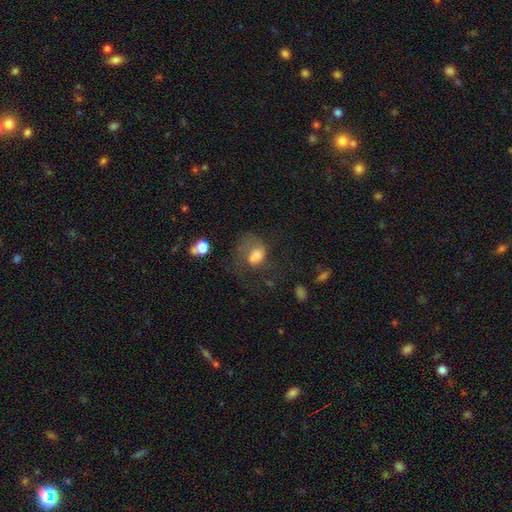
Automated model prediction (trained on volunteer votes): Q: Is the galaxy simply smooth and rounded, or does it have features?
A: smooth — 44%.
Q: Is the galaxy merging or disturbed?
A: major disturbance — 47%.